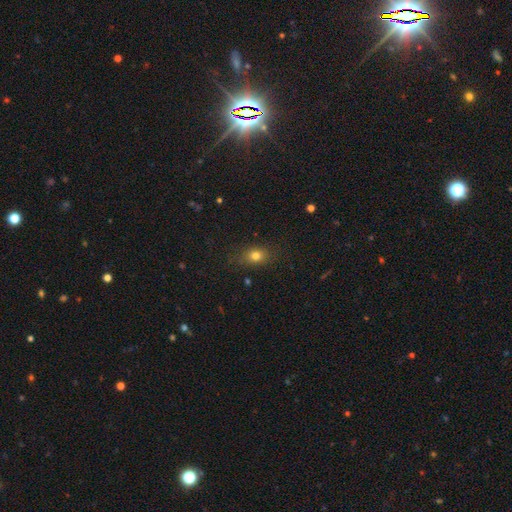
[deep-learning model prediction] Smooth or featured: smooth — 77% (star or artifact — 14%)
How rounded: in between — 59% (round — 38%)
Merging: none — 80% (minor disturbance — 14%)